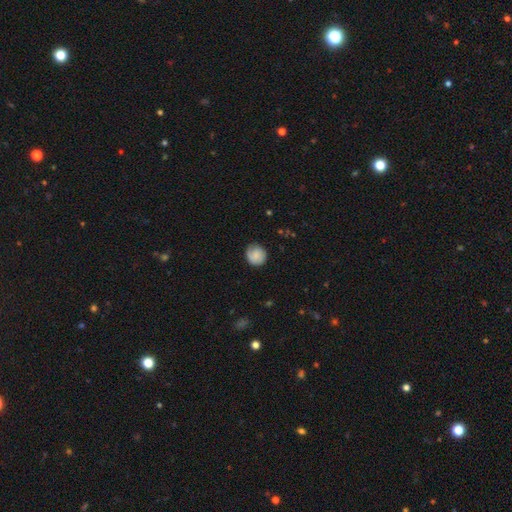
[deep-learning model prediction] A smooth galaxy with no disk features (80%) that is round (85%). Merging: none (72%).